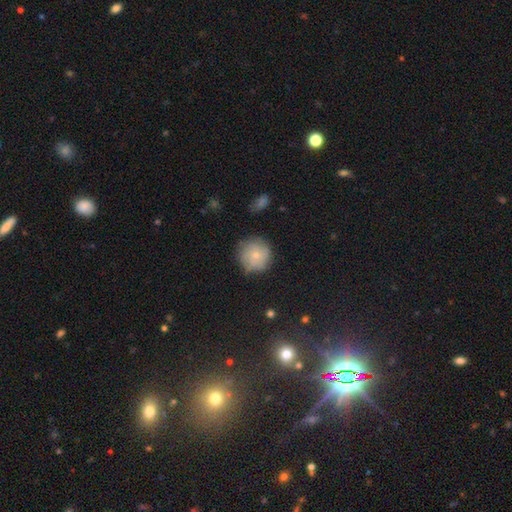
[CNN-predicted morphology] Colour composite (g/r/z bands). It shows a smooth galaxy with no disk features (71%) that is round (94%). Merging: none (78%).